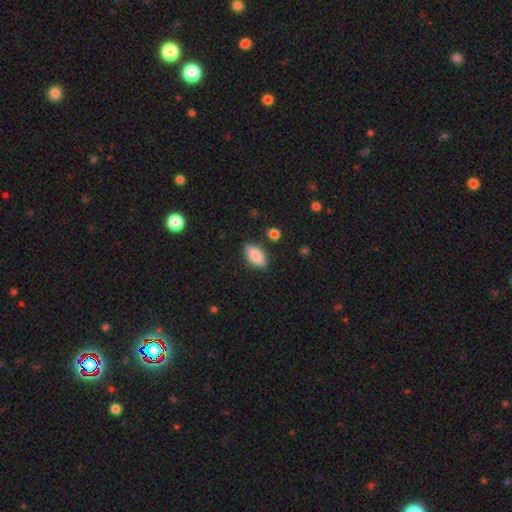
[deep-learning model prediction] Smooth or featured?
  - smooth: 81% *
  - featured or disk: 12%
  - star or artifact: 7%
How rounded?
  - in between: 79% *
  - cigar-shaped: 18%
  - round: 3%
Merging?
  - none: 84% *
  - minor disturbance: 11%
  - major disturbance: 3%
  - merger: 2%